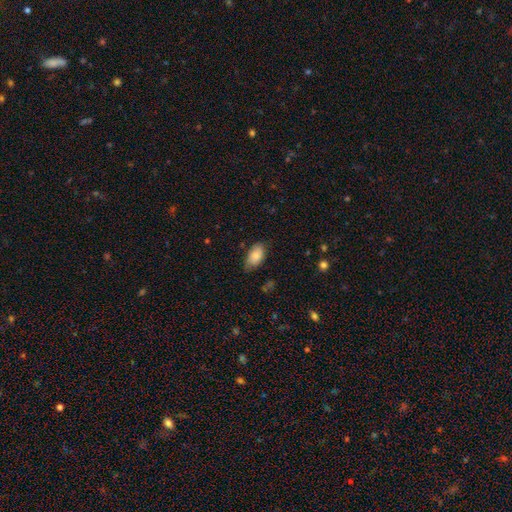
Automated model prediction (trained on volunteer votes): This appears to be a smooth galaxy with no disk features (81%) that is in between round and cigar-shaped (93%). Merging: none (66%).